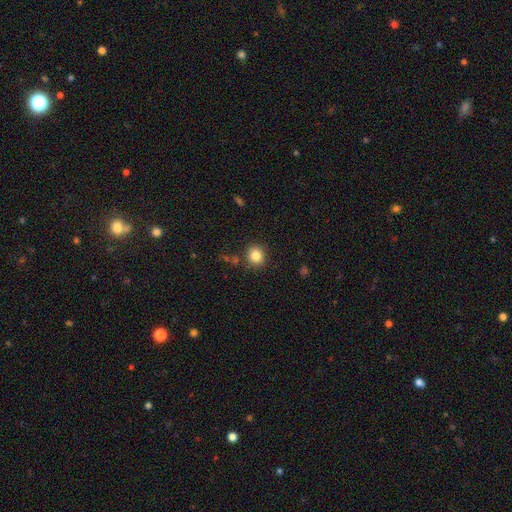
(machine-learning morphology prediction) Smooth or featured? Predicted: smooth (p=0.84). How rounded? Predicted: round (p=0.86). Merging? Predicted: none (p=0.86).